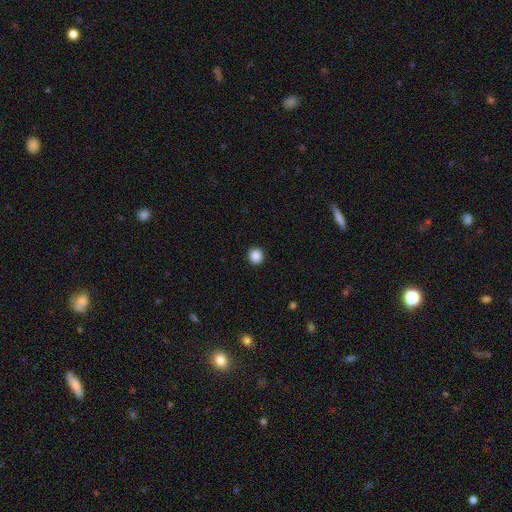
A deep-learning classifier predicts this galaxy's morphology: This appears to be a smooth galaxy with no disk features (88%) that is round (93%). Merging: none (93%).